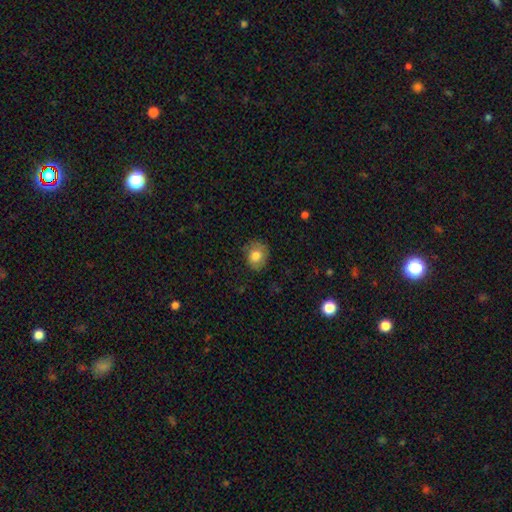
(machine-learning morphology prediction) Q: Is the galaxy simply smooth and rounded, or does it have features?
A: smooth — 79%.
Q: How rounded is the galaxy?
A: round — 65%.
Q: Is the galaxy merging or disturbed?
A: none — 71%.